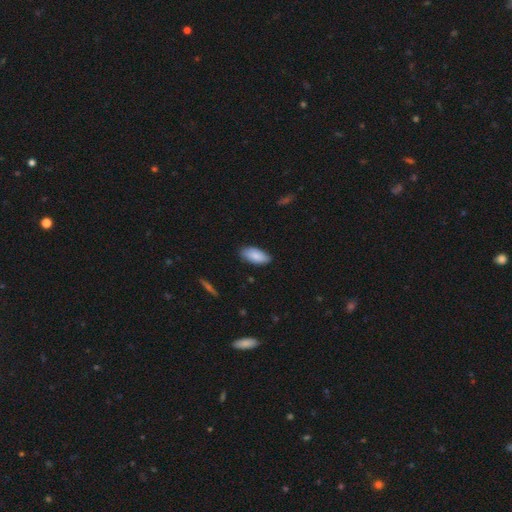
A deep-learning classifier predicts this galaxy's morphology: This appears to be a smooth galaxy with no disk features (86%) that is in between round and cigar-shaped (90%). Merging: none (84%).